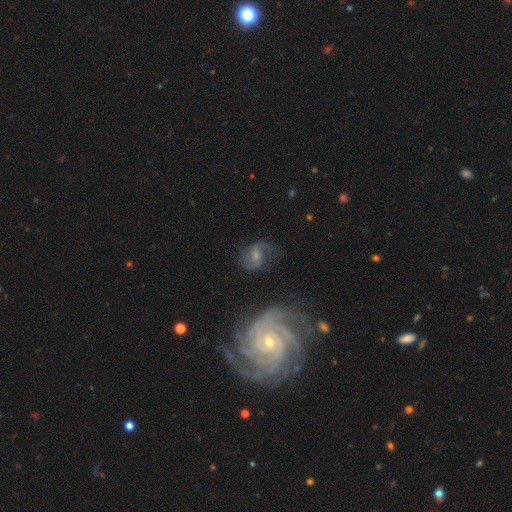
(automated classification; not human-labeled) A featured or disk galaxy (76%) with a weak bar (53%), 2 (81%) medium (47%) spiral arms (94%) and a small central bulge (47%).

Vote fractions:
- Smooth or featured? featured or disk: 76% / smooth: 15% / star or artifact: 9%
- Edge-on disk? no: 97% / yes: 3%
- Bar? weak: 53% / no: 31% / strong: 16%
- Spiral arms? yes: 94% / no: 6%
- Spiral winding? medium: 47% / loose: 37% / tight: 16%
- Spiral arm count? 2: 81% / can't tell: 8% / 1: 4% / 3: 4% / 4: 2% / more than 4: 2%
- Bulge size? small: 47% / moderate: 36% / none: 12% / large: 3% / dominant: 1%
- Merging? none: 62% / minor disturbance: 20% / major disturbance: 14% / merger: 4%